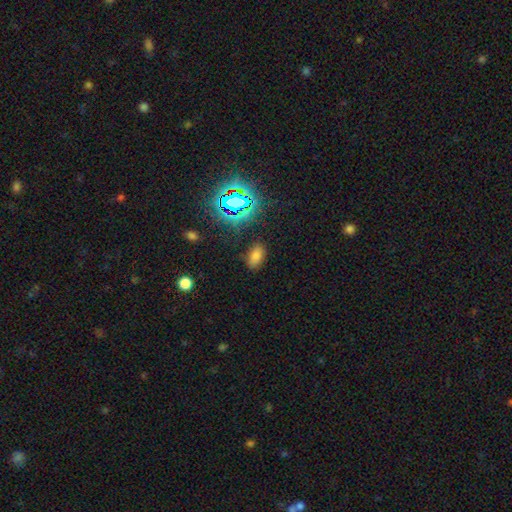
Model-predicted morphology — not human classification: smooth-or-featured: smooth: 68% | star or artifact: 24% | featured or disk: 8%
  how-rounded: in between: 90% | round: 7% | cigar-shaped: 2%
  merging: none: 83% | minor disturbance: 12% | major disturbance: 4% | merger: 2%